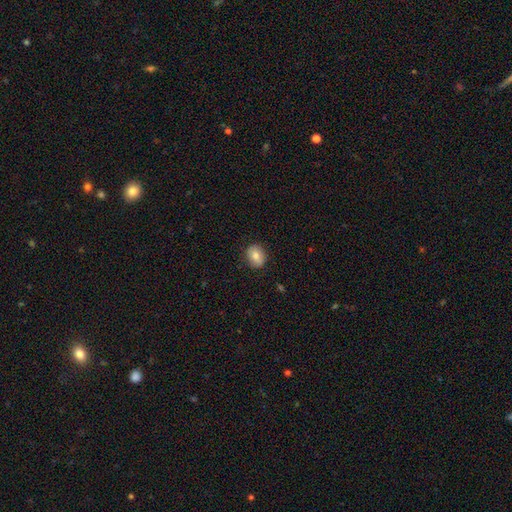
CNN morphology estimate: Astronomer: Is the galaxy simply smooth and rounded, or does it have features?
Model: smooth — 79%.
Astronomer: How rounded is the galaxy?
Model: round — 50% (runner-up: in between, 49%).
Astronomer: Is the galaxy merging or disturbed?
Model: none — 87%.